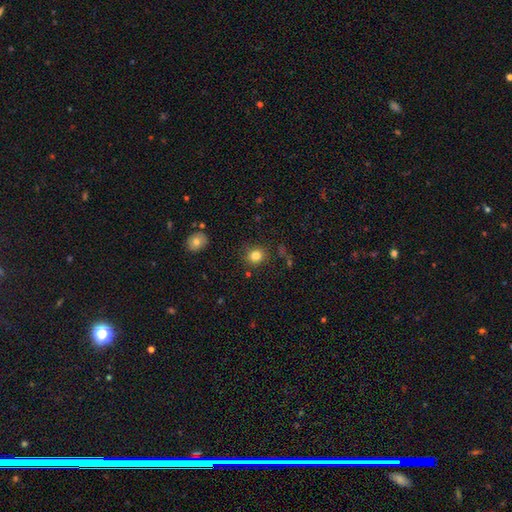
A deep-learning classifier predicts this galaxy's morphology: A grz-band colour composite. It shows a smooth galaxy with no disk features (82%) that is round (79%). Merging: none (84%).